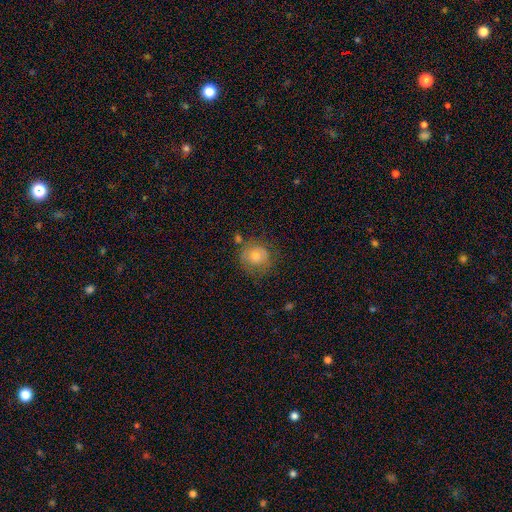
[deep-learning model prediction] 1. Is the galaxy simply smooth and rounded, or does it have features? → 64% smooth, 26% featured or disk, 11% star or artifact.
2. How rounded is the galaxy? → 84% round, 15% in between, 1% cigar-shaped.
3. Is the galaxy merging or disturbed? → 67% none, 20% minor disturbance, 8% major disturbance, 5% merger.